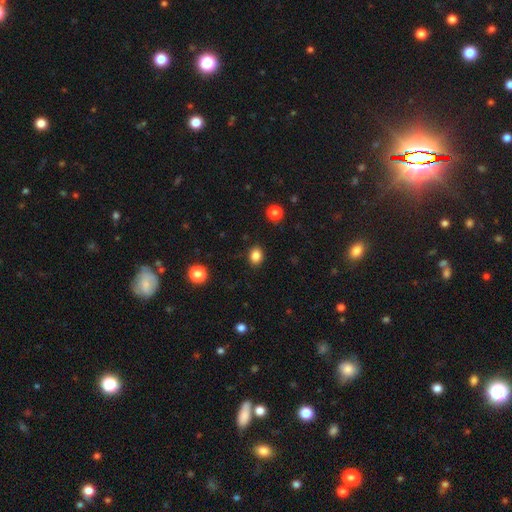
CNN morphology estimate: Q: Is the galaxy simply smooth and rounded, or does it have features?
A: smooth — 85%.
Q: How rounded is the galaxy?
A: in between — 56%.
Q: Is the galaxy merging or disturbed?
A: none — 87%.